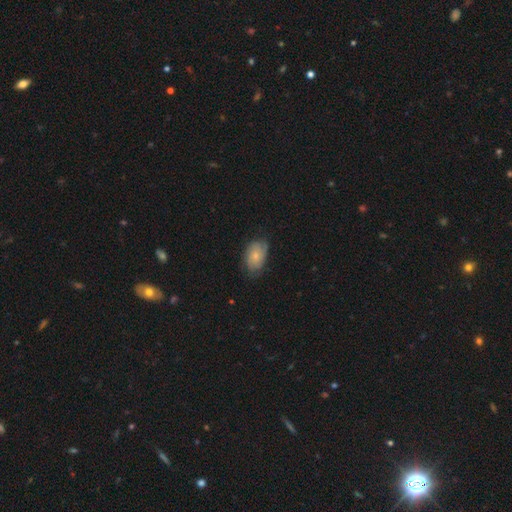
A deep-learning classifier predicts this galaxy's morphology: Q: Smooth or featured?
A: smooth (59%); runner-up: featured or disk (34%)
Q: How rounded?
A: in between (85%); runner-up: round (14%)
Q: Merging?
A: none (63%); runner-up: minor disturbance (29%)